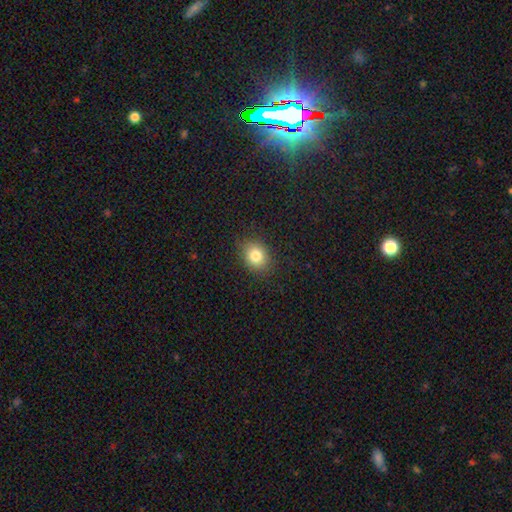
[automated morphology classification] Overall: smooth (82%). How rounded: round (55%; in between 44%). Merging: none (86%).